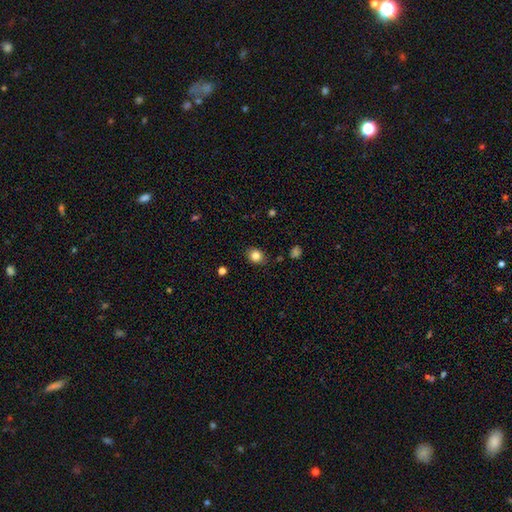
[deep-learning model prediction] Q: Smooth or featured?
A: smooth (83%); runner-up: star or artifact (11%)
Q: How rounded?
A: round (63%); runner-up: in between (37%)
Q: Merging?
A: none (85%); runner-up: minor disturbance (11%)